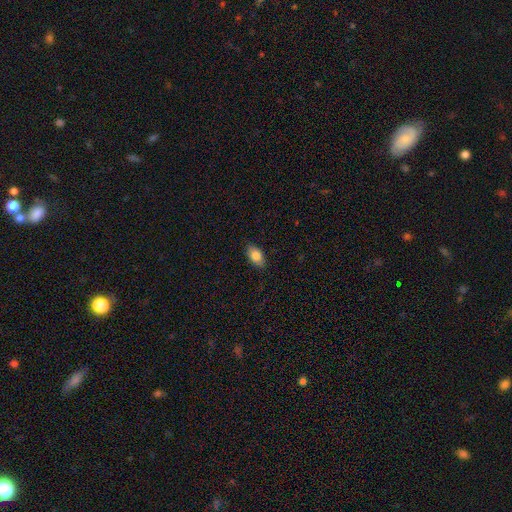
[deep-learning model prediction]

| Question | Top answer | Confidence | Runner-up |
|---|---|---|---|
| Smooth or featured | smooth | 83% | featured or disk (9%) |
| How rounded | in between | 91% | round (7%) |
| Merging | none | 87% | minor disturbance (10%) |